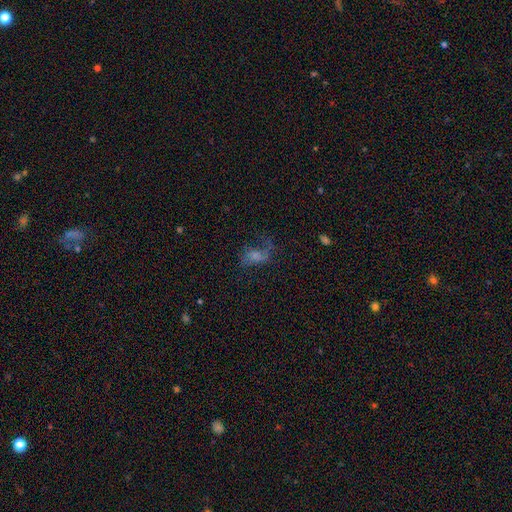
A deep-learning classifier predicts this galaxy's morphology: Smooth or featured? featured or disk (51%)
Edge-on disk? no (95%)
Merging? none (45%)